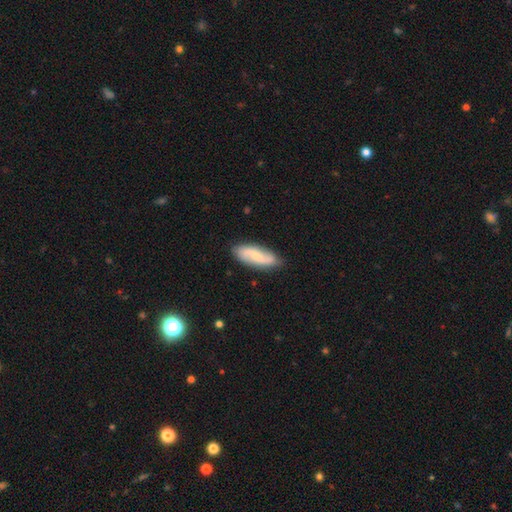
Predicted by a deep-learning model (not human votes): This appears to be a featured or disk galaxy (53%). Merging: none (83%).